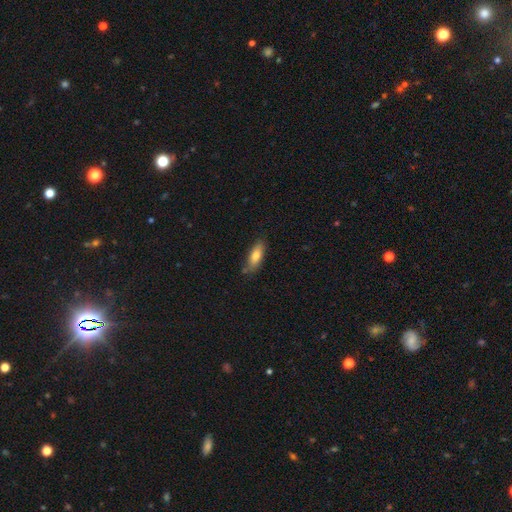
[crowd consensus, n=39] A smooth galaxy with no disk features (77%) that is cigar-shaped (57%). Merging: none (95%).